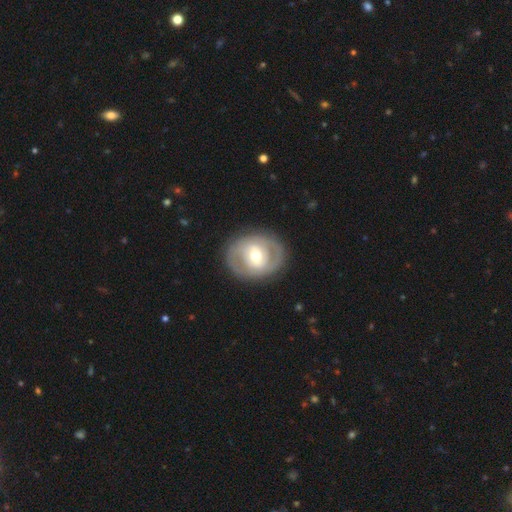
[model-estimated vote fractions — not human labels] Morphology: type=featured or disk (64%); edge-on=no (95%); bar=no (40%); spiral arms=no (53%); bulge=moderate (67%); merging=none (82%).